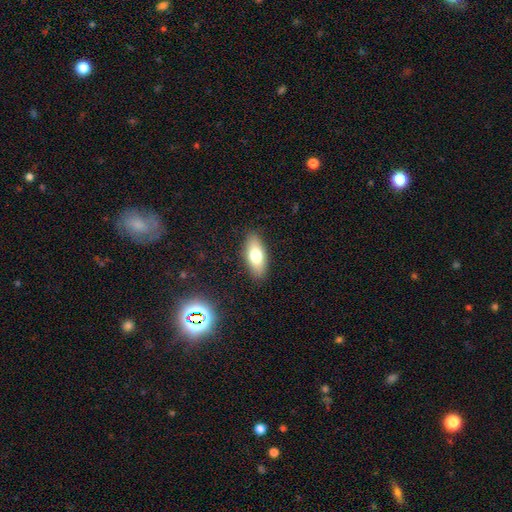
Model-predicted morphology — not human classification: smooth-or-featured: smooth: 72% | featured or disk: 20% | star or artifact: 8%
  how-rounded: in between: 83% | cigar-shaped: 14% | round: 3%
  merging: none: 88% | minor disturbance: 9% | major disturbance: 2% | merger: 1%